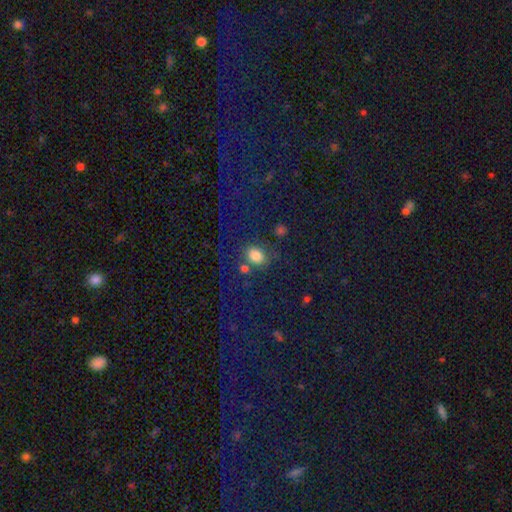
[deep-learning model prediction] Smooth or featured? smooth (76%)
How rounded? round (49%, tied with in between)
Merging? none (66%)